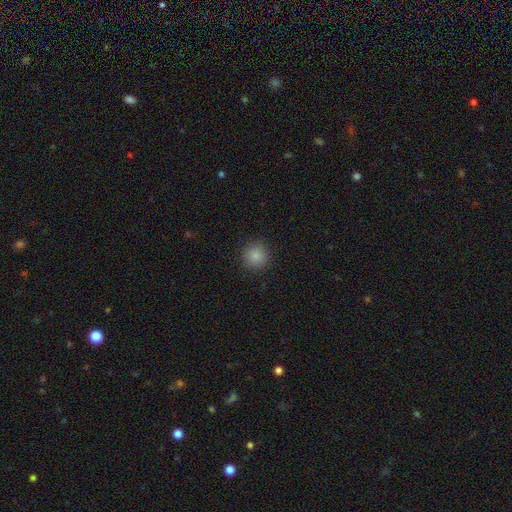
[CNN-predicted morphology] This appears to be a smooth galaxy with no disk features (85%) that is round (94%). Merging: none (91%).